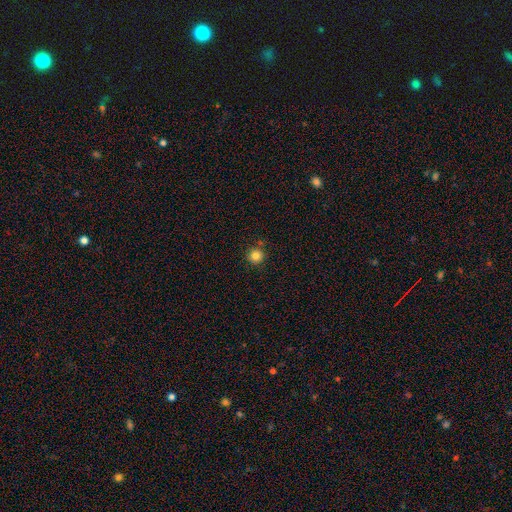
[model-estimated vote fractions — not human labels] This appears to be a smooth galaxy with no disk features (84%) that is round (95%). Merging: none (86%).